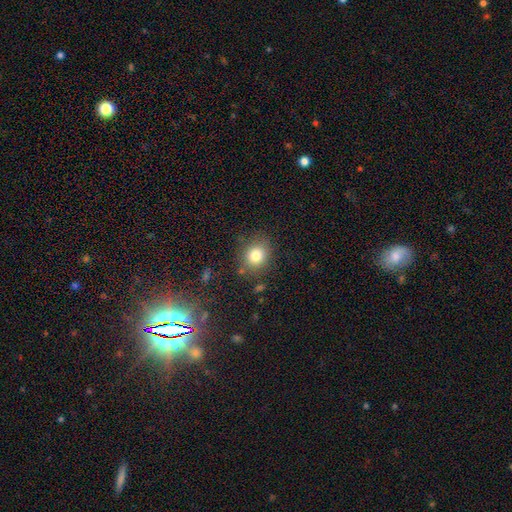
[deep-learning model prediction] Overall: smooth (81%). How rounded: round (70%). Merging: none (81%).